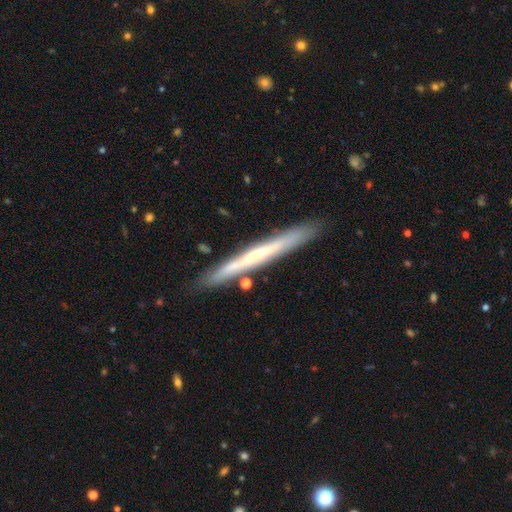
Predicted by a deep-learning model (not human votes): Morphology: type=featured or disk (58%); edge-on=yes (95%); edge-on bulge=none (72%); merging=none (87%).